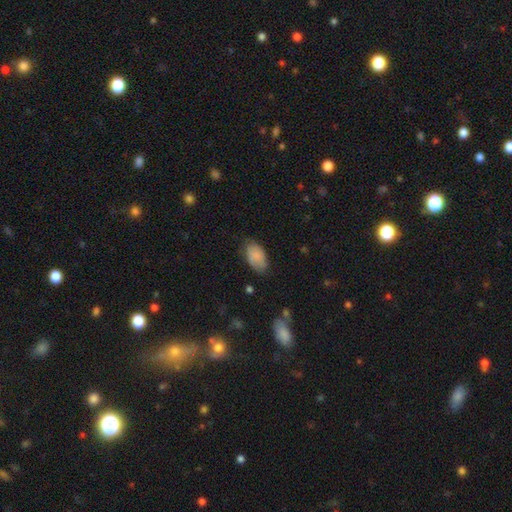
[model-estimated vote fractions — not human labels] Overall: smooth (85%). How rounded: in between (94%). Merging: none (72%).